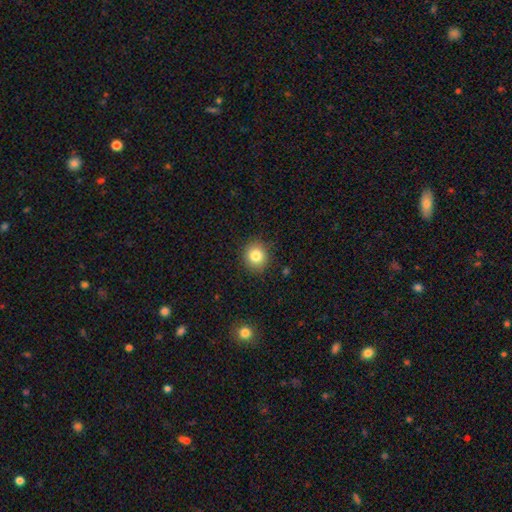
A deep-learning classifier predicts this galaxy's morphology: smooth-or-featured: smooth: 82% | star or artifact: 11% | featured or disk: 7%
  how-rounded: round: 85% | in between: 14% | cigar-shaped: 1%
  merging: none: 89% | minor disturbance: 7% | major disturbance: 2% | merger: 1%